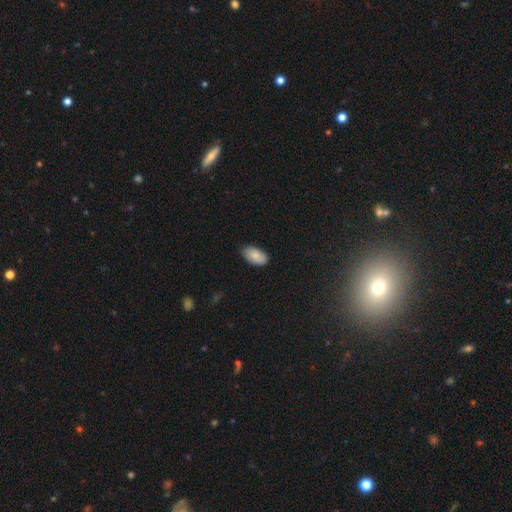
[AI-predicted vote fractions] A smooth galaxy with no disk features (81%) that is in between round and cigar-shaped (94%).

Vote fractions:
- Smooth or featured? smooth: 81% / featured or disk: 12% / star or artifact: 6%
- How rounded? in between: 94% / round: 4% / cigar-shaped: 2%
- Merging? none: 80% / minor disturbance: 17% / major disturbance: 2% / merger: 1%